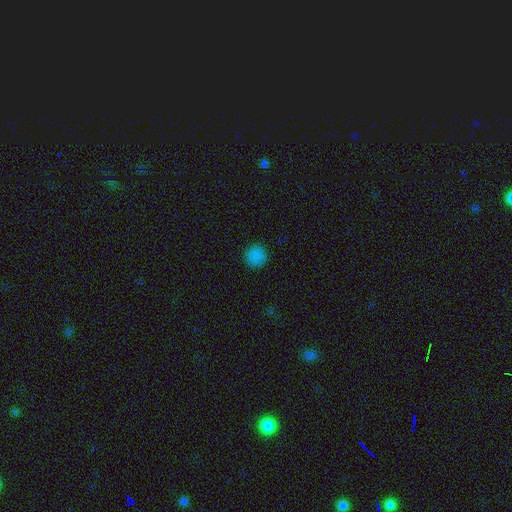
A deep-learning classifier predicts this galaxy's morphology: The model was most divided on "smooth or featured": smooth: 84%, star or artifact: 13%, featured or disk: 3%. More confident: how rounded — round (94%); merging — none (91%).